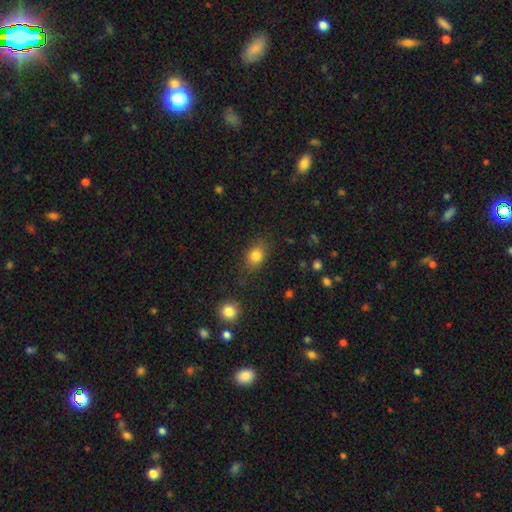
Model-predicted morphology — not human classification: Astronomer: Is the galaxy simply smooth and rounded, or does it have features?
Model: smooth — 82%.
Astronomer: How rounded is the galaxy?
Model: in between — 64%.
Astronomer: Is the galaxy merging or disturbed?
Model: none — 74%.